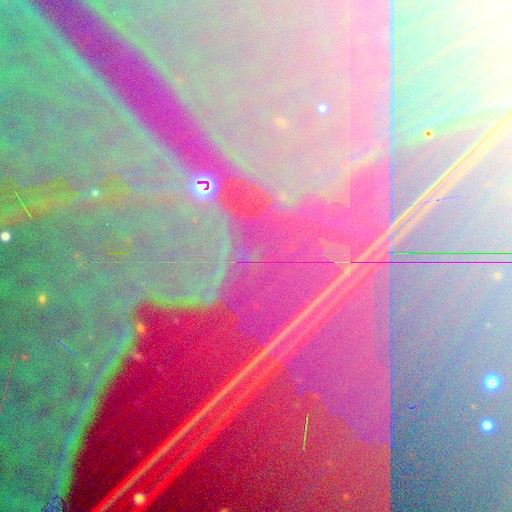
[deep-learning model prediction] Smooth or featured? Predicted: star or artifact (p=0.87).